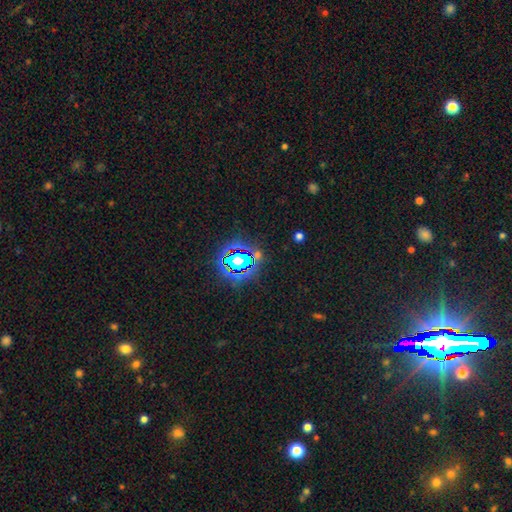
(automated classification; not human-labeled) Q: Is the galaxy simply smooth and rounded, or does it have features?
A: star or artifact — 76%.